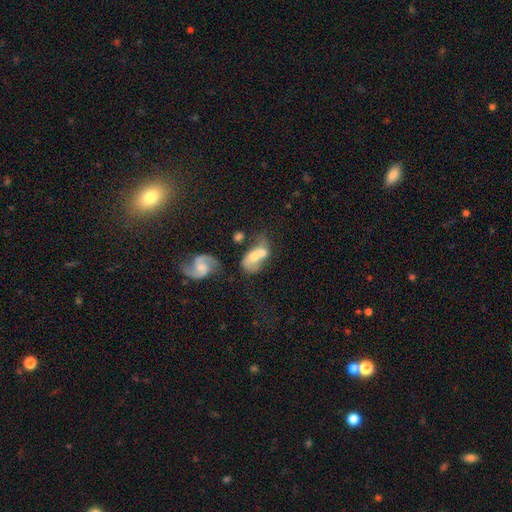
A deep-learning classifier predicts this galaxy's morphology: Smooth or featured: smooth — 49% (featured or disk — 42%)
Merging: merger — 67% (none — 16%)